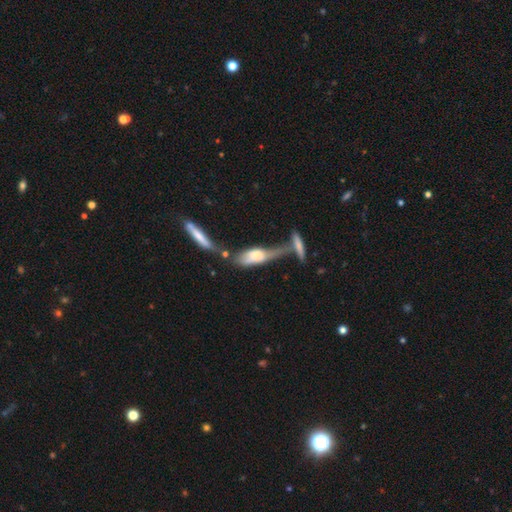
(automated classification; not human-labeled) This is possibly a smooth galaxy (55%). How rounded: possibly in between (54%). Merging: possibly merger (47%).